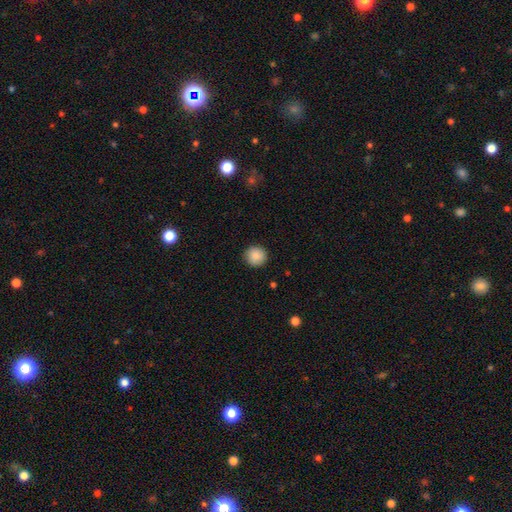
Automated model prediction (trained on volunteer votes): smooth-or-featured: smooth: 88% | star or artifact: 8% | featured or disk: 4%
  how-rounded: round: 94% | in between: 5% | cigar-shaped: 1%
  merging: none: 92% | minor disturbance: 5% | major disturbance: 2% | merger: 1%